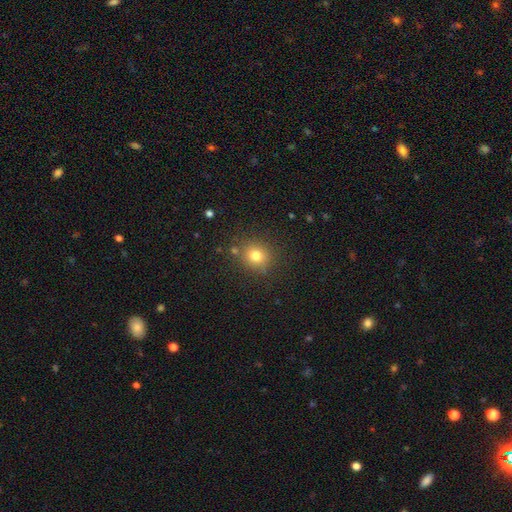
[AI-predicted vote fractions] smooth 77%, star or artifact 15%, featured or disk 9%. Down the decision tree: how rounded — round (82%); merging — none (83%).